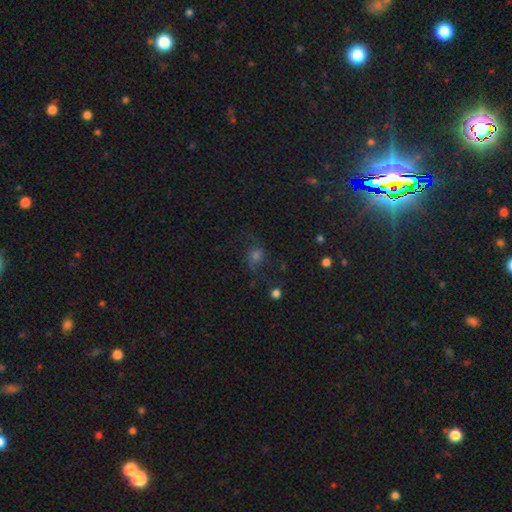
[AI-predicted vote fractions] A smooth galaxy with no disk features (40%). Merging: none (59%).